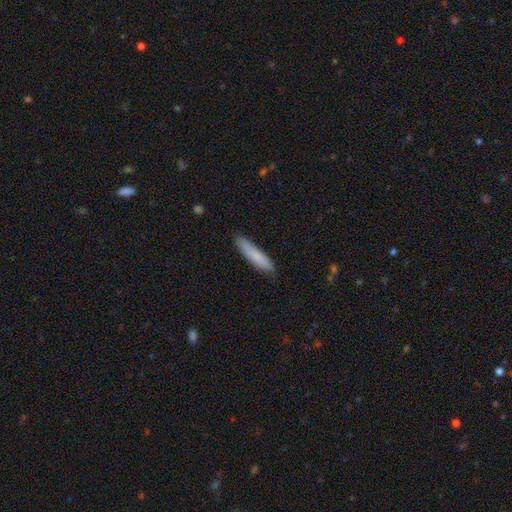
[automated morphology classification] This appears to be a smooth galaxy with no disk features (82%) that is cigar-shaped (87%). Merging: none (85%).